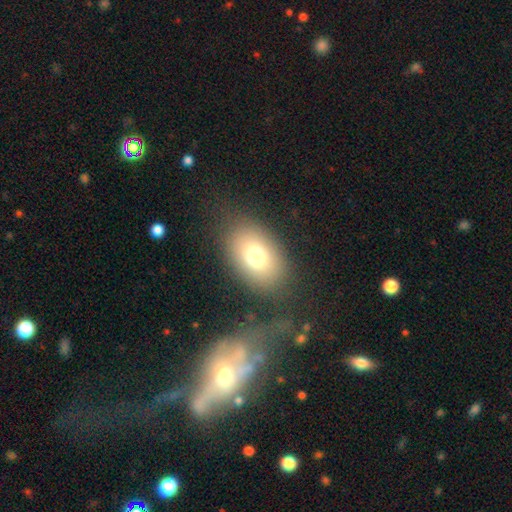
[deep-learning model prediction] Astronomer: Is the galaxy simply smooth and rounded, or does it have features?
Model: smooth — 74%.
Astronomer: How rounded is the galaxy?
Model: in between — 78%.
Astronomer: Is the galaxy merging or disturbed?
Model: none — 74%.